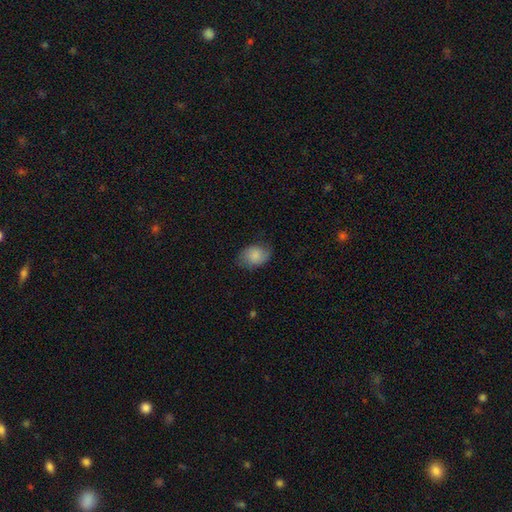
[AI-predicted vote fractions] smooth-or-featured: smooth: 78% | featured or disk: 15% | star or artifact: 7%
  how-rounded: in between: 71% | round: 28% | cigar-shaped: 1%
  merging: none: 70% | minor disturbance: 23% | major disturbance: 7% | merger: 1%